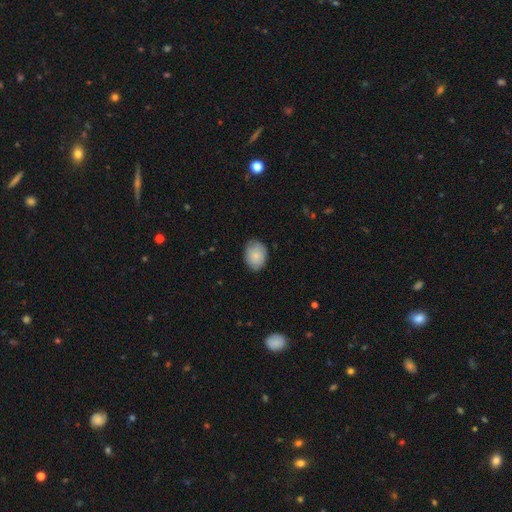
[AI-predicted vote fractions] Morphology: type=smooth (83%); roundness=in between (63%); merging=none (79%).